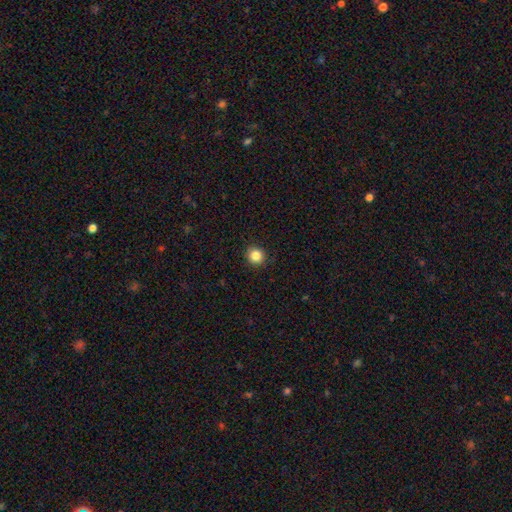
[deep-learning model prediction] This appears to be a smooth galaxy with no disk features (85%) that is round (92%). Merging: none (92%).